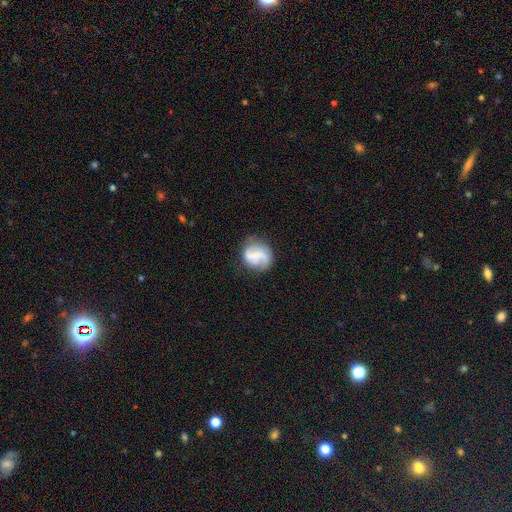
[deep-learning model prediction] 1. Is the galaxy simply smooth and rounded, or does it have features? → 65% featured or disk, 28% smooth, 7% star or artifact.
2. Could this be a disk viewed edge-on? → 98% no, 2% yes.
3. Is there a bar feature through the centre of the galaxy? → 47% weak, 34% no, 20% strong.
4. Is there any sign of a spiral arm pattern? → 86% yes, 14% no.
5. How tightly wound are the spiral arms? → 44% loose, 39% medium, 16% tight.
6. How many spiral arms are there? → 77% 2, 10% 1, 9% can't tell, 2% 3, 1% 4, 1% more than 4.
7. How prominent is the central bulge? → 50% small, 25% moderate, 21% none, 3% large, 1% dominant.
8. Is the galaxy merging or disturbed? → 67% none, 21% minor disturbance, 10% major disturbance, 2% merger.